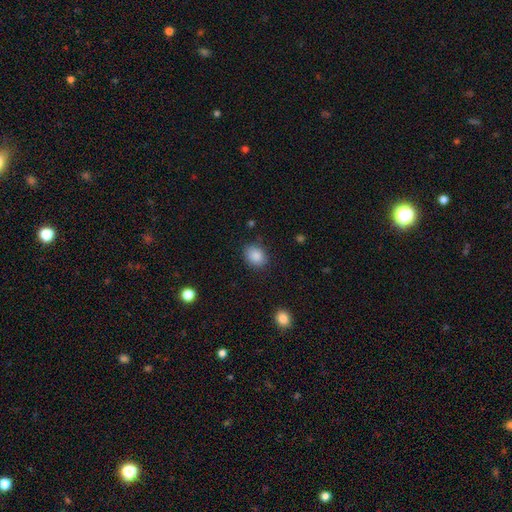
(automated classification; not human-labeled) smooth 88%, star or artifact 8%, featured or disk 4%. Down the decision tree: how rounded — in between (56%); merging — none (84%).